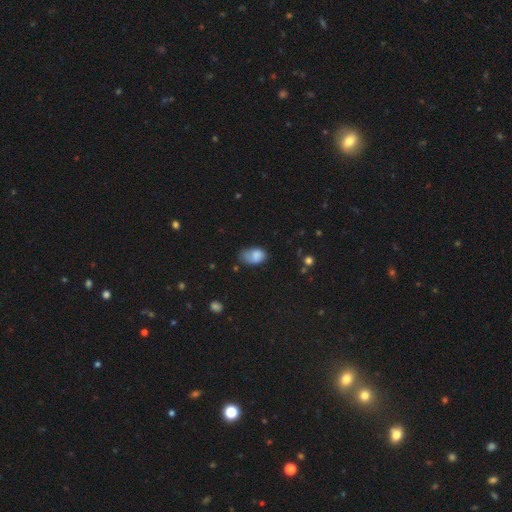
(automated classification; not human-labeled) The model was most divided on "merging": minor disturbance: 42%, none: 33%, major disturbance: 22%, merger: 4%. More confident: how rounded — in between (85%); smooth or featured — smooth (78%).